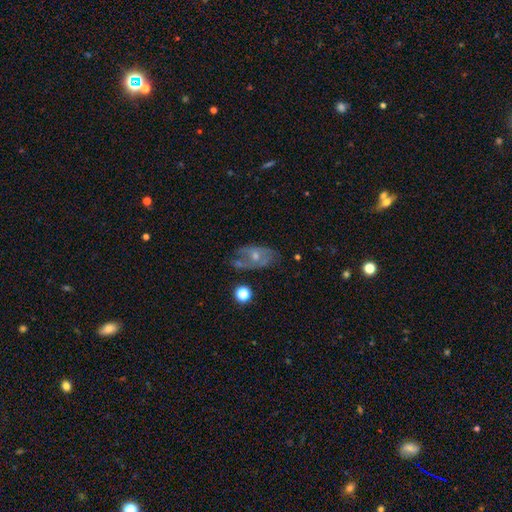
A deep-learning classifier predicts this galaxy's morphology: The model was most divided on "bulge size": small: 53%, moderate: 41%, none: 3%, large: 2%, dominant: 1%. More confident: edge-on disk — no (92%); bar — no (73%); spiral arms — yes (65%); smooth or featured — featured or disk (63%); merging — none (59%).